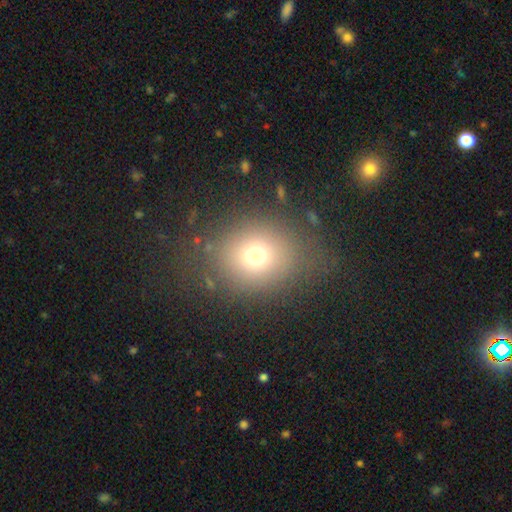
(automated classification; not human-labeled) smooth-or-featured: smooth: 70% | star or artifact: 18% | featured or disk: 12%
  how-rounded: round: 68% | in between: 31% | cigar-shaped: 1%
  merging: none: 77% | minor disturbance: 12% | major disturbance: 9% | merger: 2%